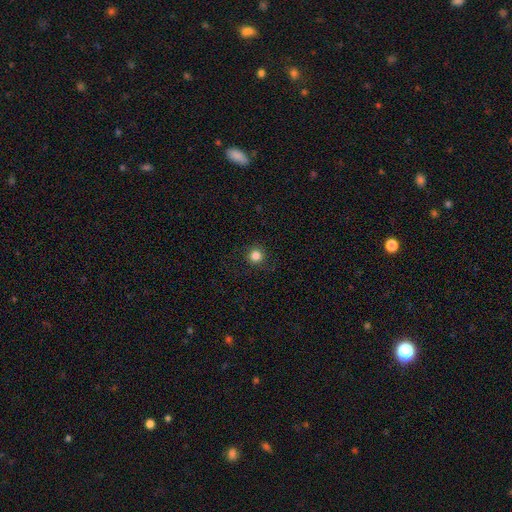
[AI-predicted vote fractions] Morphology: type=smooth (83%); roundness=round (95%); merging=none (89%).